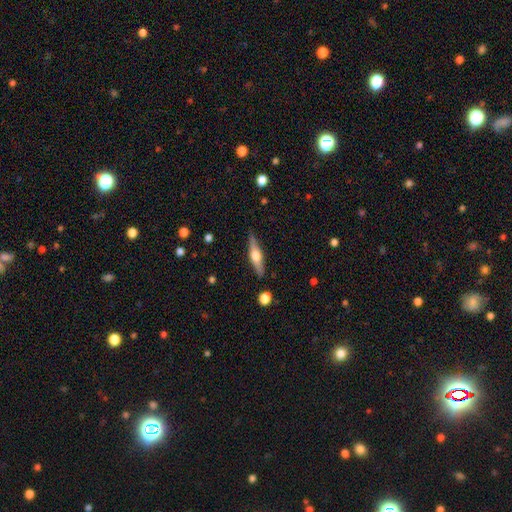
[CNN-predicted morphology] This appears to be a featured or disk galaxy (60%) viewed edge-on (95%) with a rounded central bulge (93%). Merging: none (87%).